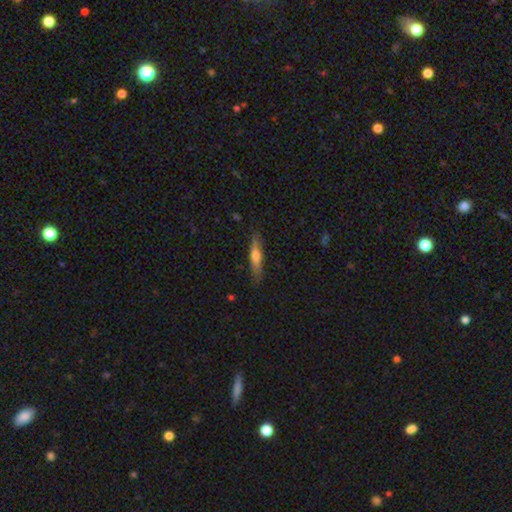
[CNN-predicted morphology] A smooth galaxy with no disk features (57%) that is cigar-shaped (80%).

Vote fractions:
- Smooth or featured? smooth: 57% / featured or disk: 37% / star or artifact: 6%
- How rounded? cigar-shaped: 80% / in between: 18% / round: 2%
- Merging? none: 79% / minor disturbance: 17% / major disturbance: 3% / merger: 1%